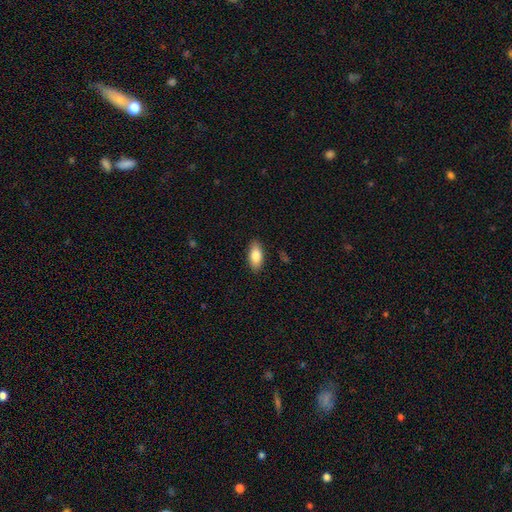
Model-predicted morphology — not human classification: A smooth galaxy with no disk features (82%) that is in between round and cigar-shaped (89%).

Vote fractions:
- Smooth or featured? smooth: 82% / featured or disk: 12% / star or artifact: 7%
- How rounded? in between: 89% / cigar-shaped: 8% / round: 3%
- Merging? none: 88% / minor disturbance: 9% / major disturbance: 2% / merger: 1%